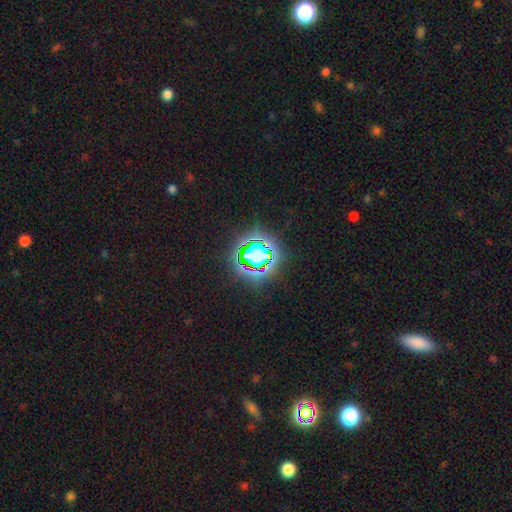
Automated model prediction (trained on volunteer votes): Q: Smooth or featured?
A: star or artifact (73%); runner-up: smooth (17%)